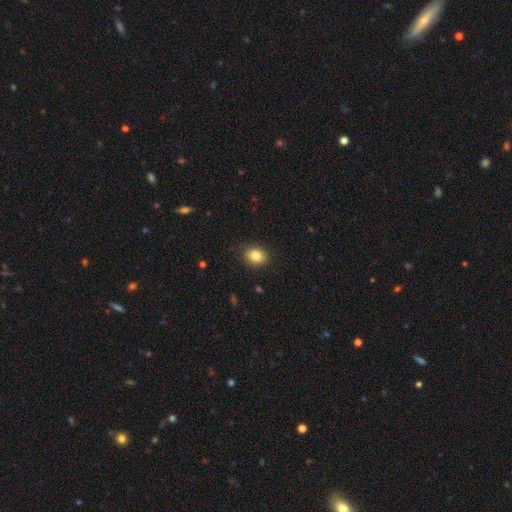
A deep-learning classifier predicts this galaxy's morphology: The model was most divided on "how rounded": round: 58%, in between: 41%, cigar-shaped: 1%. More confident: merging — none (89%); smooth or featured — smooth (84%).